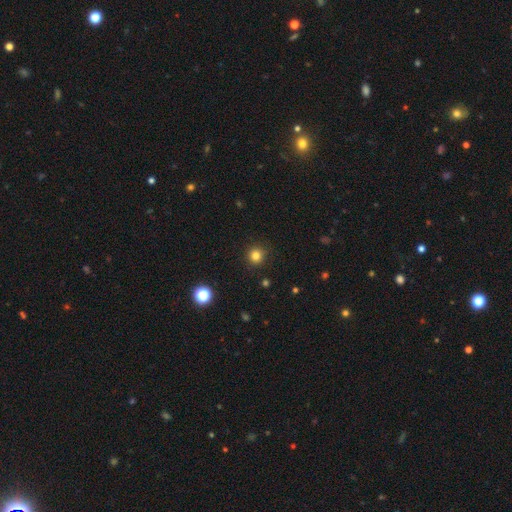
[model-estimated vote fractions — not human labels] smooth 81%, star or artifact 14%, featured or disk 5%. Down the decision tree: how rounded — round (95%); merging — none (91%).